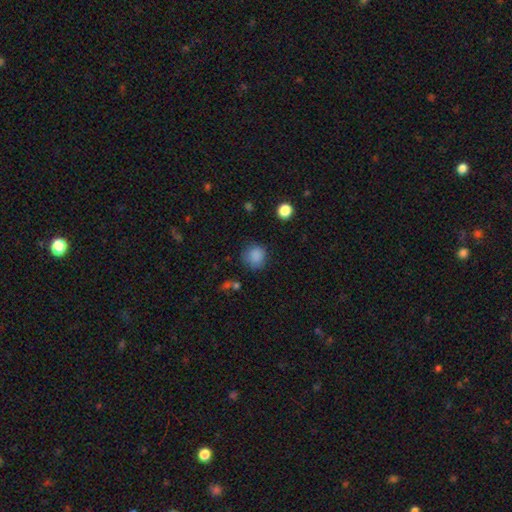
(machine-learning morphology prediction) smooth-or-featured: smooth: 85% | star or artifact: 11% | featured or disk: 4%
  how-rounded: round: 87% | in between: 12% | cigar-shaped: 1%
  merging: none: 75% | minor disturbance: 17% | major disturbance: 5% | merger: 3%